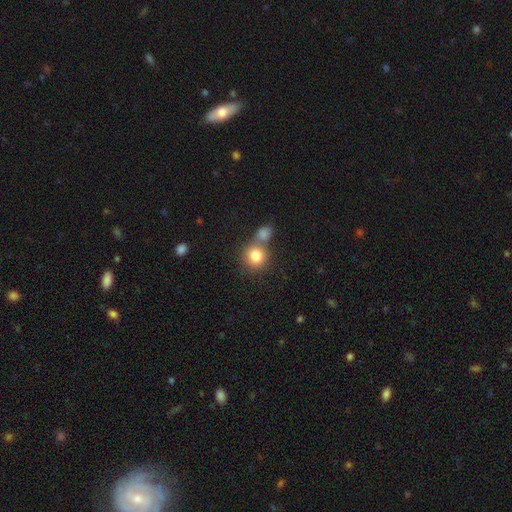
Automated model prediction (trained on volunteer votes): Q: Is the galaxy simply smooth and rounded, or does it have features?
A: smooth — 82%.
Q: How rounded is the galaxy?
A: round — 85%.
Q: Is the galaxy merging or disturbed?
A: none — 49%.